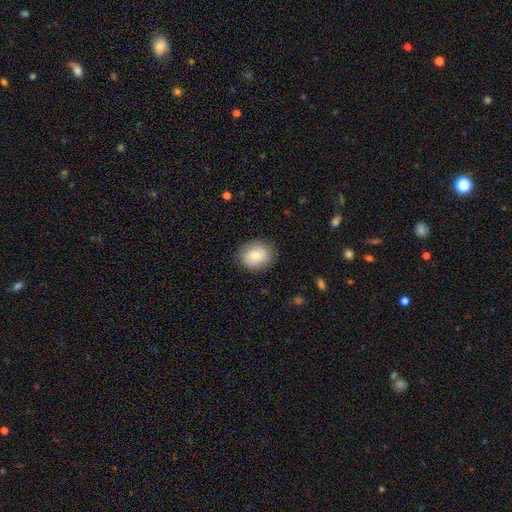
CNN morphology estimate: The model was most divided on "how rounded": round: 58%, in between: 41%, cigar-shaped: 1%. More confident: merging — none (83%); smooth or featured — smooth (73%).